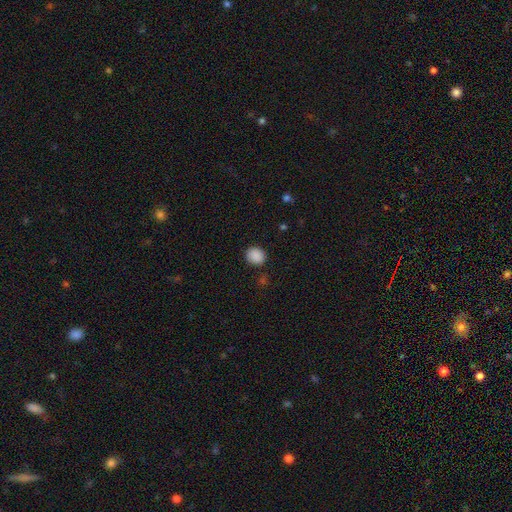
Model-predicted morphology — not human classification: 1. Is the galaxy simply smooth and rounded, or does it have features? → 88% smooth, 9% star or artifact, 3% featured or disk.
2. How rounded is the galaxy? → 71% round, 28% in between, 1% cigar-shaped.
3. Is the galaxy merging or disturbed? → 85% none, 10% minor disturbance, 3% major disturbance, 2% merger.